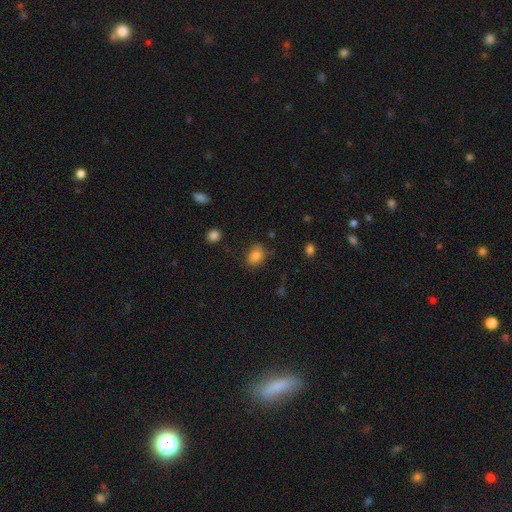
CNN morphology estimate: Smooth or featured? Predicted: smooth (p=0.84). How rounded? Predicted: in between (p=0.67). Merging? Predicted: none (p=0.75).